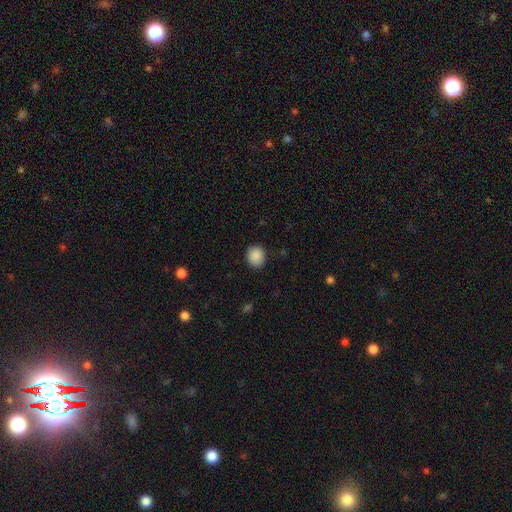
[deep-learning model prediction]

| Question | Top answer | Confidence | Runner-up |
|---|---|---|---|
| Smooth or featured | smooth | 89% | star or artifact (8%) |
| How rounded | round | 66% | in between (33%) |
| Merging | none | 87% | minor disturbance (9%) |